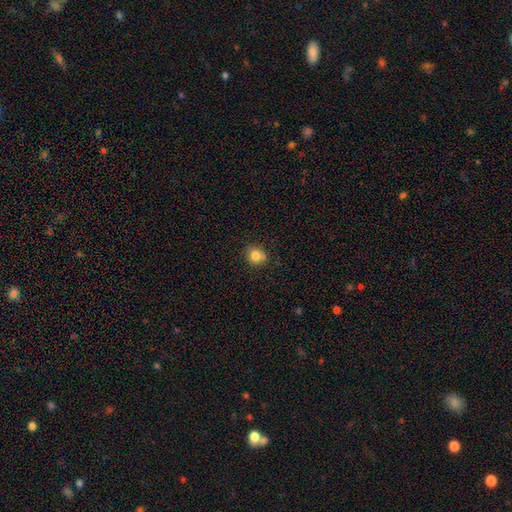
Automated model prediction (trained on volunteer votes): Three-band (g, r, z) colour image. It shows a smooth galaxy with no disk features (81%) that is round (77%). Merging: none (71%).